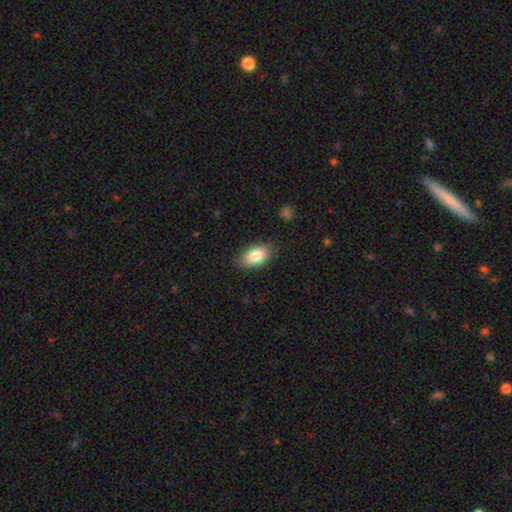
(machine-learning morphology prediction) The model was most divided on "merging": none: 83%, minor disturbance: 13%, major disturbance: 3%, merger: 1%. More confident: how rounded — in between (92%); smooth or featured — smooth (84%).